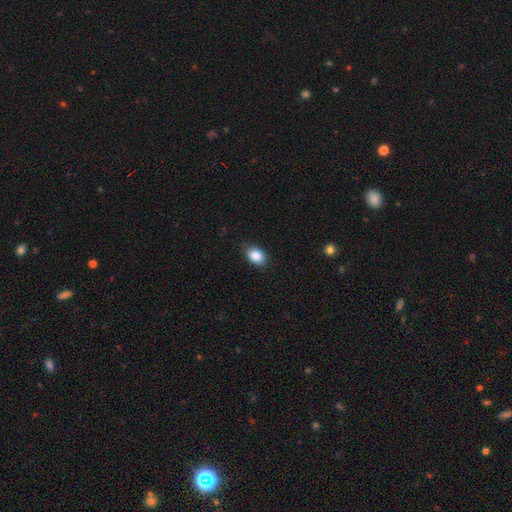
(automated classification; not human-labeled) Smooth or featured: smooth — 88% (star or artifact — 8%)
How rounded: in between — 76% (round — 22%)
Merging: none — 81% (minor disturbance — 15%)